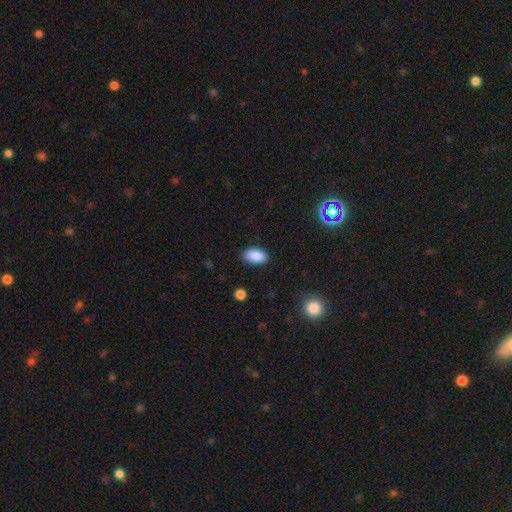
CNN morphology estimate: Q: Smooth or featured?
A: smooth (89%); runner-up: star or artifact (8%)
Q: How rounded?
A: in between (93%); runner-up: round (5%)
Q: Merging?
A: none (87%); runner-up: minor disturbance (10%)